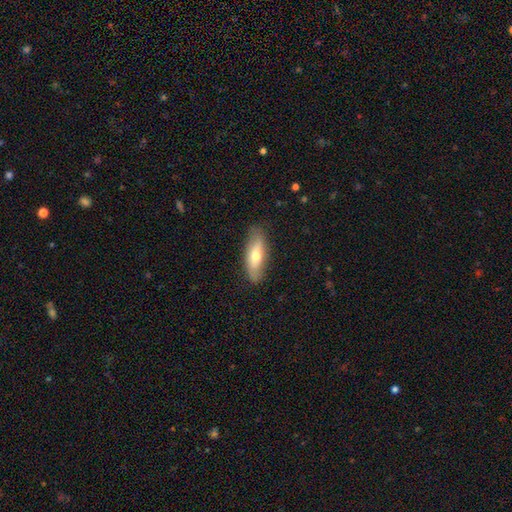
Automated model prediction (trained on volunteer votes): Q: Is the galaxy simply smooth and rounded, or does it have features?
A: smooth — 63%.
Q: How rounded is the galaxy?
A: in between — 59%.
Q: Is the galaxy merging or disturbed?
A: none — 83%.